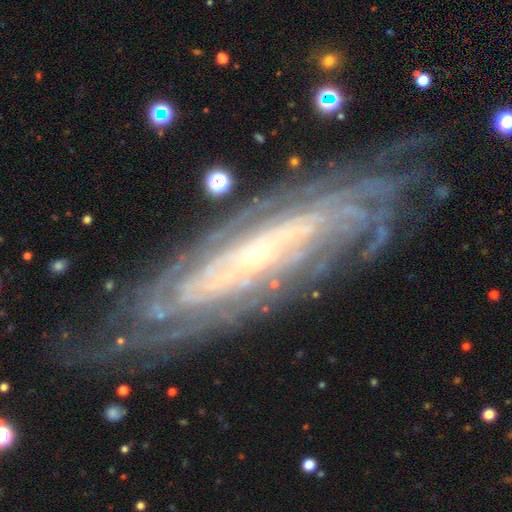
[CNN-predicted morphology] smooth_or_featured: featured or disk (p=0.88) [alt: smooth p=0.06]
disk_edge_on: no (p=0.82) [alt: yes p=0.18]
bar: no (p=0.62) [alt: weak p=0.22]
has_spiral_arms: yes (p=0.97) [alt: no p=0.03]
spiral_winding: tight (p=0.81) [alt: medium p=0.15]
spiral_arm_count: can't tell (p=0.35) [alt: more than 4 p=0.25]
bulge_size: small (p=0.85) [alt: moderate p=0.09]
merging: none (p=0.78) [alt: minor disturbance p=0.15]